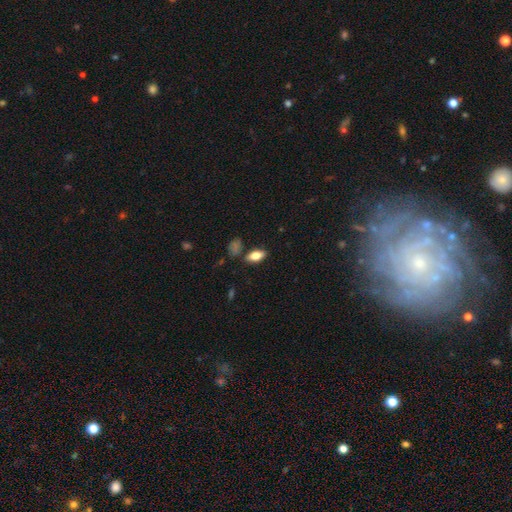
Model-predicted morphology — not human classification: Smooth or featured: smooth — 75% (featured or disk — 17%)
How rounded: in between — 87% (cigar-shaped — 9%)
Merging: none — 80% (minor disturbance — 13%)